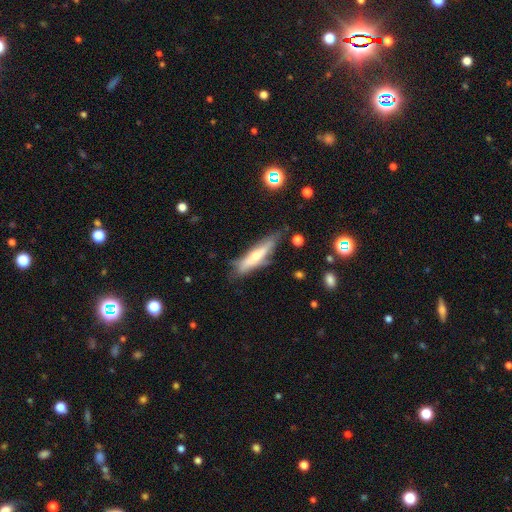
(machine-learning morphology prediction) Smooth or featured? Predicted: featured or disk (p=0.50). Merging? Predicted: none (p=0.62).